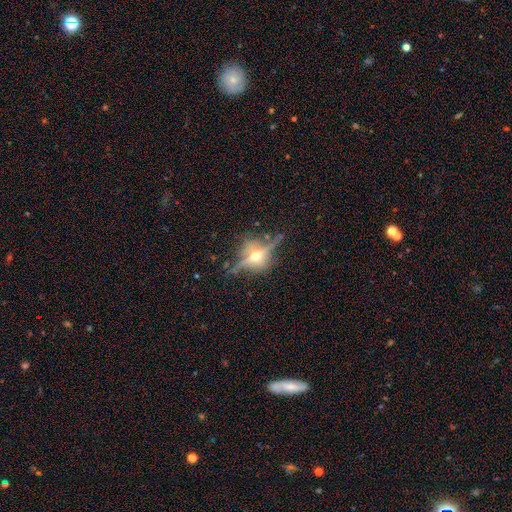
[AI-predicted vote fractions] featured or disk 75%, smooth 13%, star or artifact 12%. Down the decision tree: edge-on disk — yes (88%); edge-on bulge — rounded (96%); merging — none (77%).